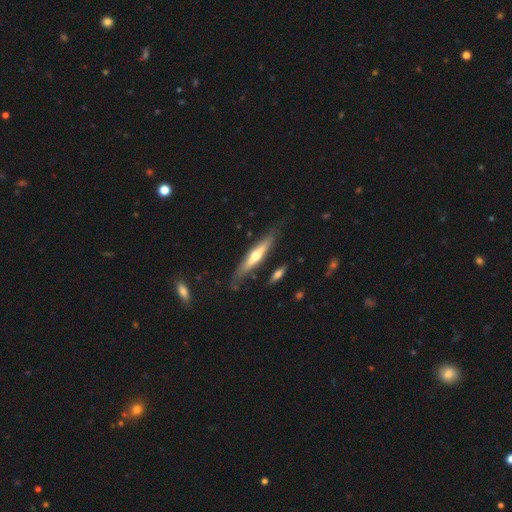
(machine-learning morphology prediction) Overall: featured or disk (56%; smooth 38%). Edge-on disk: yes (90%). Edge-on bulge: rounded (84%). Merging: none (75%).